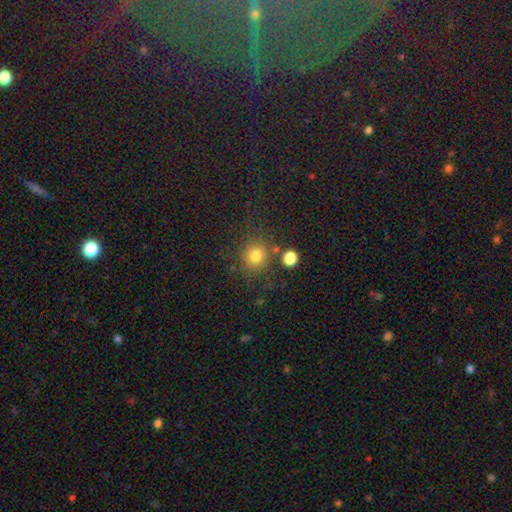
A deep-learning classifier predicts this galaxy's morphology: A smooth galaxy with no disk features (78%) that is round (85%).

Vote fractions:
- Smooth or featured? smooth: 78% / star or artifact: 15% / featured or disk: 7%
- How rounded? round: 85% / in between: 14% / cigar-shaped: 1%
- Merging? none: 76% / minor disturbance: 11% / merger: 7% / major disturbance: 5%